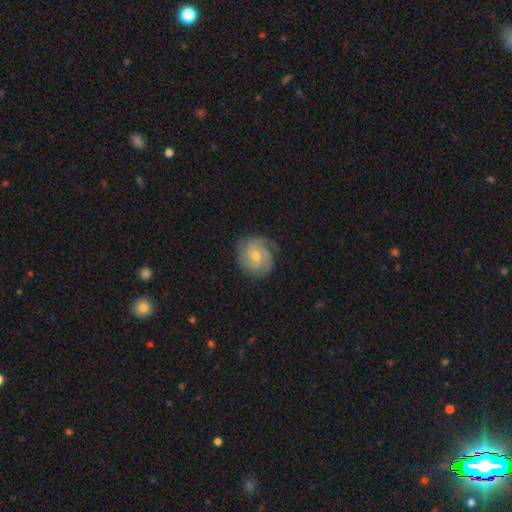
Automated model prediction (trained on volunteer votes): Smooth or featured: featured or disk — 78% (smooth — 16%)
Edge-on disk: no — 98% (yes — 2%)
Bar: no — 67% (weak — 29%)
Spiral arms: yes — 95% (no — 5%)
Spiral winding: tight — 68% (medium — 26%)
Spiral arm count: 3 — 33% (can't tell — 25%)
Bulge size: small — 52% (moderate — 44%)
Merging: none — 78% (minor disturbance — 16%)